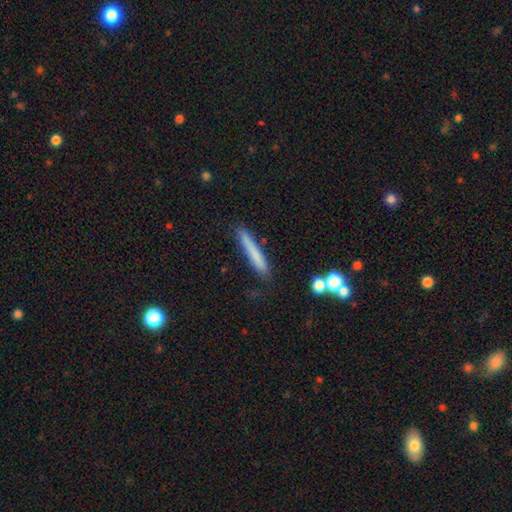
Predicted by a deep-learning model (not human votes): smooth-or-featured: smooth: 75% | featured or disk: 18% | star or artifact: 7%
  how-rounded: cigar-shaped: 94% | in between: 5% | round: 1%
  merging: none: 80% | minor disturbance: 14% | major disturbance: 3% | merger: 3%